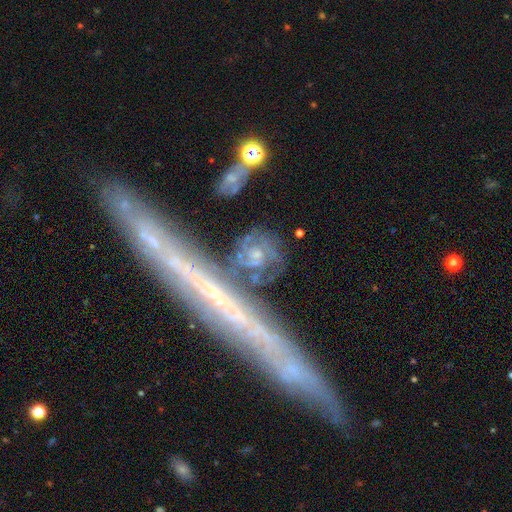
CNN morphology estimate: A featured or disk galaxy (61%). Merging: none (56%).